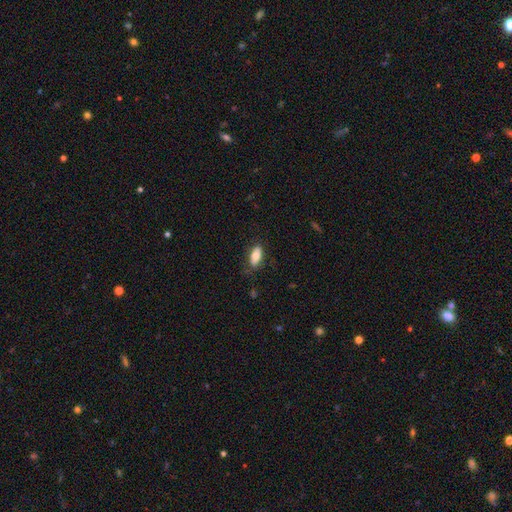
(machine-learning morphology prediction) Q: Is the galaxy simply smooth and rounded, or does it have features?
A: smooth — 75%.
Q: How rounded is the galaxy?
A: in between — 89%.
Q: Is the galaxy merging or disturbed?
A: none — 75%.